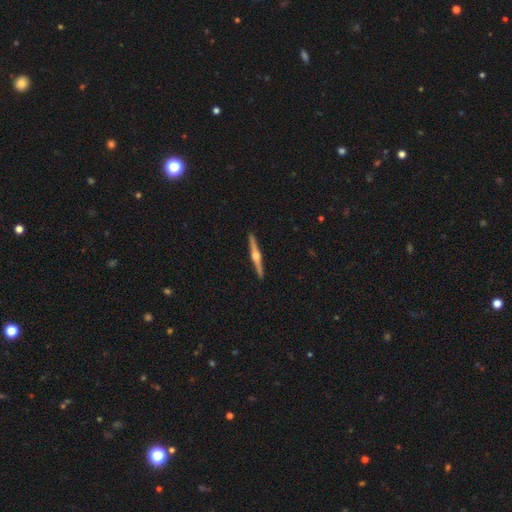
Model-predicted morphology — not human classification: A featured or disk galaxy (83%) viewed edge-on (99%) with a rounded central bulge (92%). Merging: none (93%).